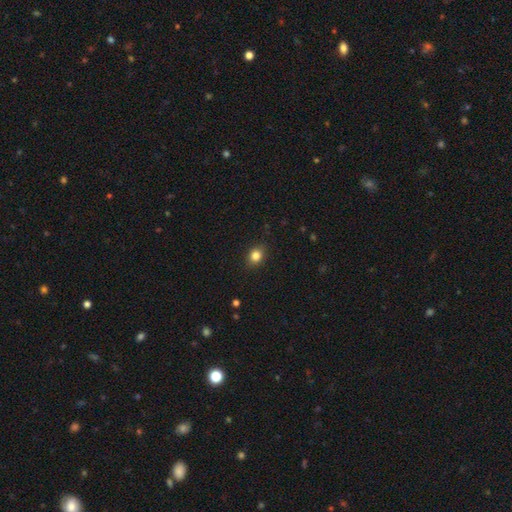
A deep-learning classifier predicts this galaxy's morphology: Smooth or featured? smooth (83%)
How rounded? round (56%)
Merging? none (88%)